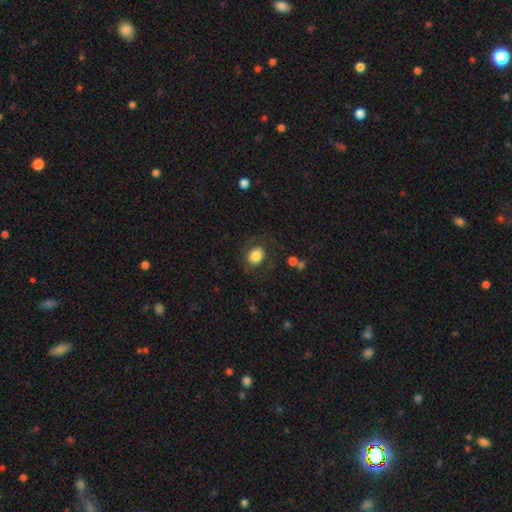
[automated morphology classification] A smooth galaxy with no disk features (81%) that is in between round and cigar-shaped (52%).

Vote fractions:
- Smooth or featured? smooth: 81% / featured or disk: 11% / star or artifact: 8%
- How rounded? in between: 52% / round: 47% / cigar-shaped: 1%
- Merging? none: 75% / minor disturbance: 14% / major disturbance: 9% / merger: 2%